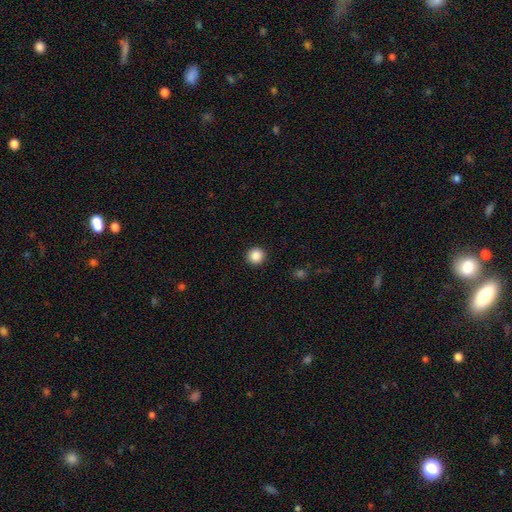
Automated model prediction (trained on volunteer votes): Smooth or featured: smooth — 87% (star or artifact — 10%)
How rounded: round — 94% (in between — 5%)
Merging: none — 93% (minor disturbance — 4%)